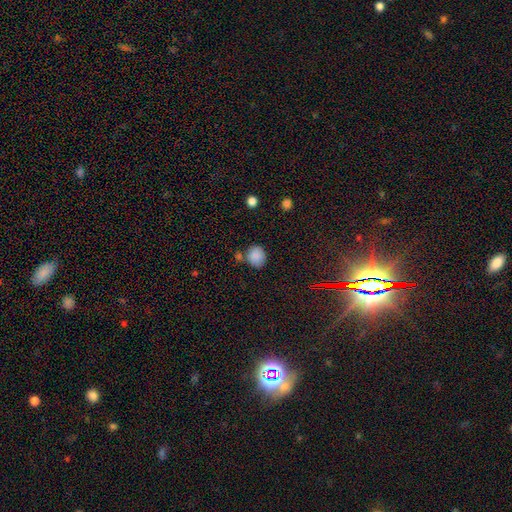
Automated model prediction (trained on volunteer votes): A smooth galaxy with no disk features (85%) that is round (72%). Merging: none (71%).